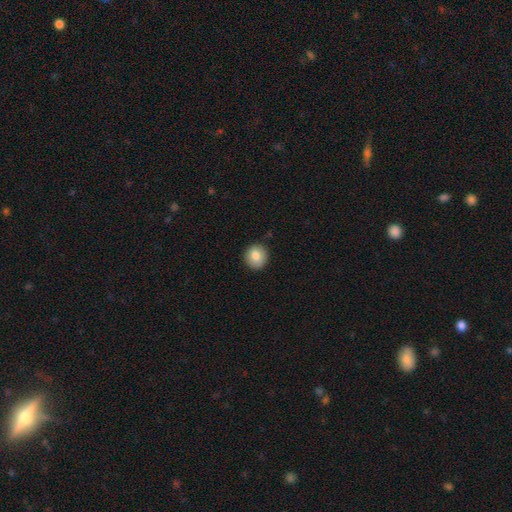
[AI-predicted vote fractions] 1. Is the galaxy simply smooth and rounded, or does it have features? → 83% smooth, 9% featured or disk, 8% star or artifact.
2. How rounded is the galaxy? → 89% round, 10% in between, 1% cigar-shaped.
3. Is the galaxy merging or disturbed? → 88% none, 9% minor disturbance, 2% major disturbance, 1% merger.